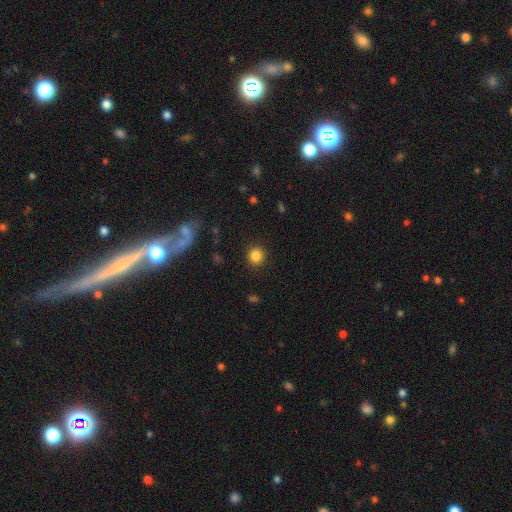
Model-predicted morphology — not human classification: This is clearly a smooth galaxy (85%). How rounded: clearly round (89%). Merging: clearly none (90%).